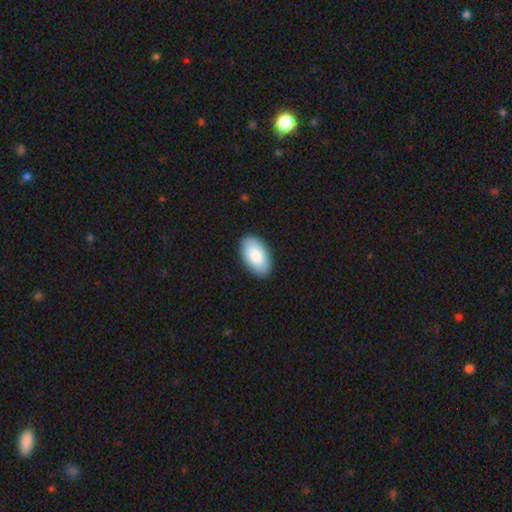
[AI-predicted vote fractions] Smooth or featured: smooth — 85% (featured or disk — 10%)
How rounded: in between — 96% (round — 3%)
Merging: none — 89% (minor disturbance — 8%)